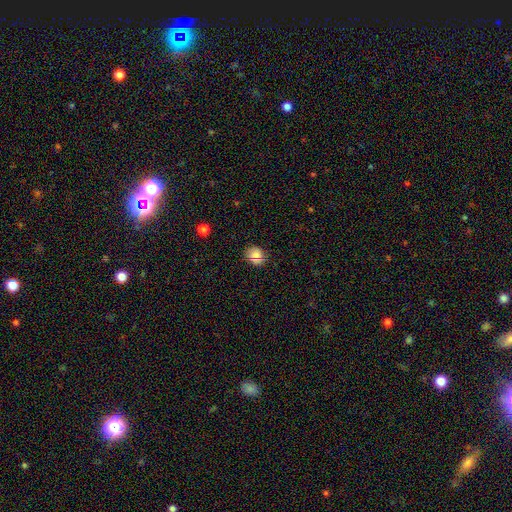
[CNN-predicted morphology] Smooth or featured?
  - smooth: 74% *
  - star or artifact: 17%
  - featured or disk: 9%
How rounded?
  - round: 72% *
  - in between: 26%
  - cigar-shaped: 1%
Merging?
  - none: 84% *
  - minor disturbance: 11%
  - major disturbance: 3%
  - merger: 2%